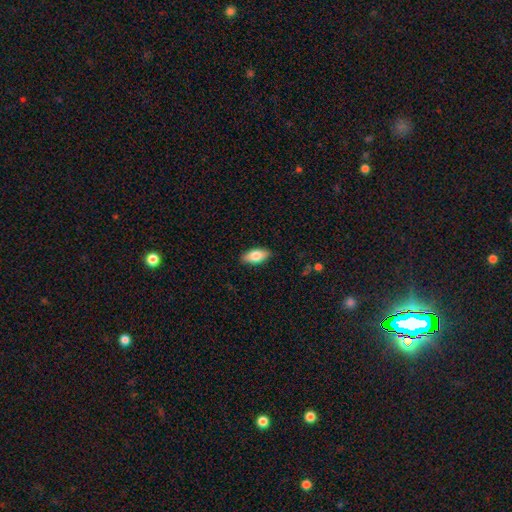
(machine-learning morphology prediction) type=smooth (79%); roundness=in between (88%); merging=none (89%).